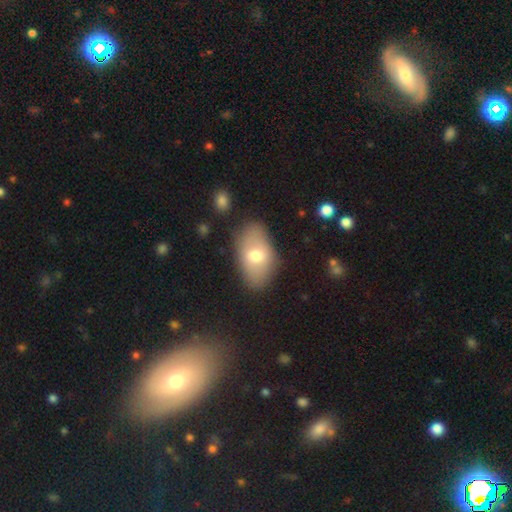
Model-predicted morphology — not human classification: Q: Smooth or featured?
A: smooth (66%); runner-up: featured or disk (27%)
Q: How rounded?
A: in between (92%); runner-up: round (6%)
Q: Merging?
A: none (76%); runner-up: minor disturbance (16%)